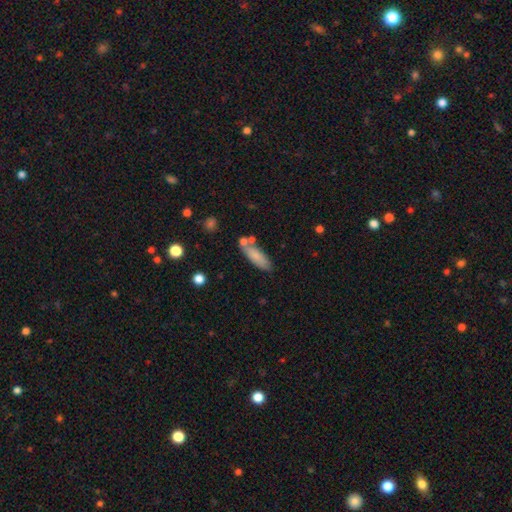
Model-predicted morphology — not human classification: Overall: smooth (79%). How rounded: in between (55%; cigar-shaped 43%). Merging: none (67%).